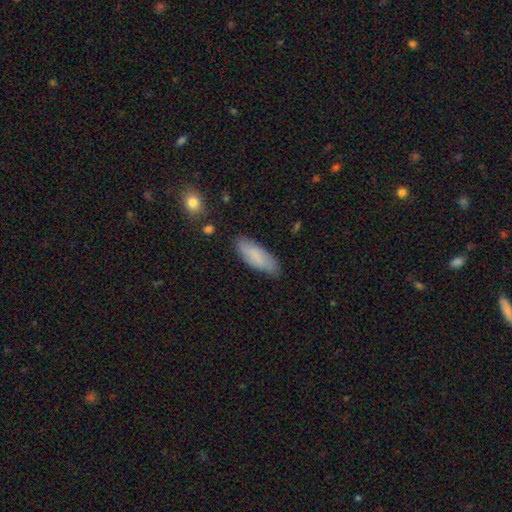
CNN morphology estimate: Smooth or featured: smooth — 82% (featured or disk — 12%)
How rounded: in between — 67% (cigar-shaped — 31%)
Merging: none — 79% (minor disturbance — 16%)